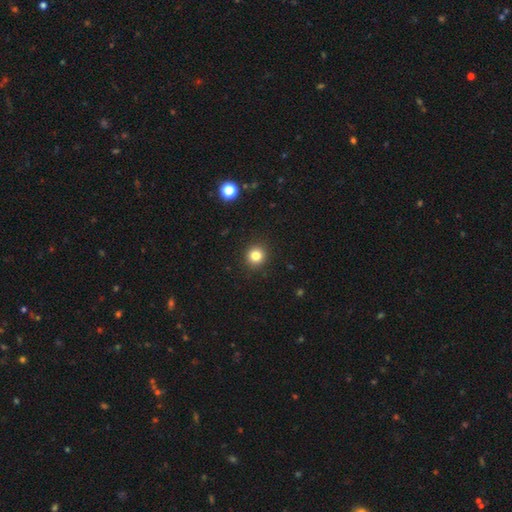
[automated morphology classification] A smooth galaxy with no disk features (82%) that is round (92%).

Vote fractions:
- Smooth or featured? smooth: 82% / star or artifact: 12% / featured or disk: 5%
- How rounded? round: 92% / in between: 7% / cigar-shaped: 1%
- Merging? none: 92% / minor disturbance: 5% / major disturbance: 2% / merger: 1%